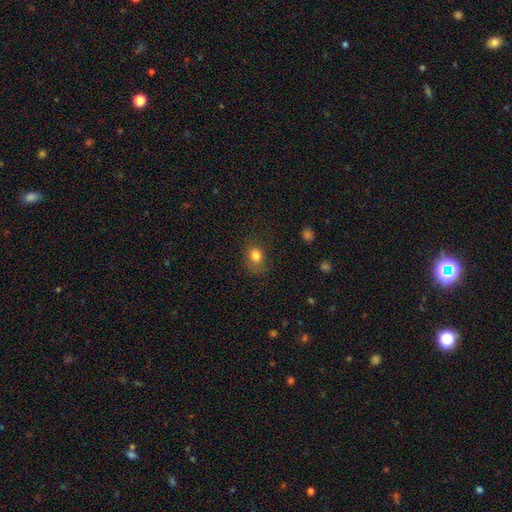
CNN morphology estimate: A smooth galaxy with no disk features (80%) that is round (64%). Merging: none (67%).